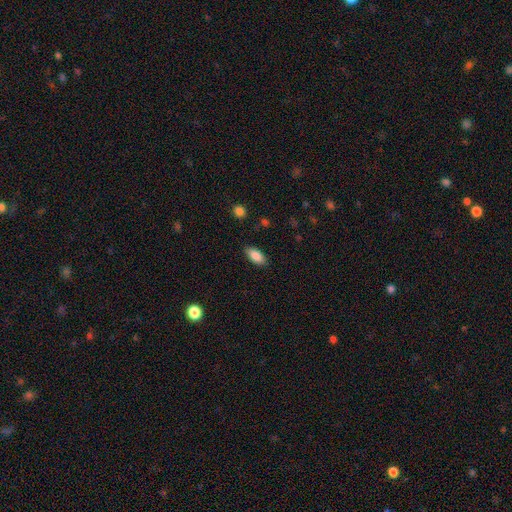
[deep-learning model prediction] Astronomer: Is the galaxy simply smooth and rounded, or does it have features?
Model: smooth — 87%.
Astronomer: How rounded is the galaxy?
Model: in between — 91%.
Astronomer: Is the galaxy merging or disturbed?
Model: none — 86%.